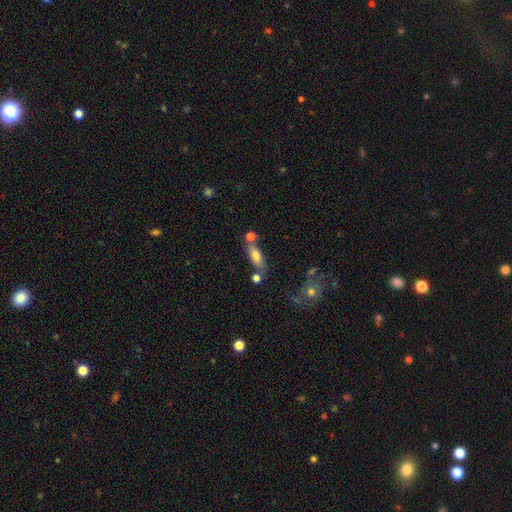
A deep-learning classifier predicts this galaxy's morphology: A smooth galaxy with no disk features (72%) that is in between round and cigar-shaped (65%). Merging: none (57%).